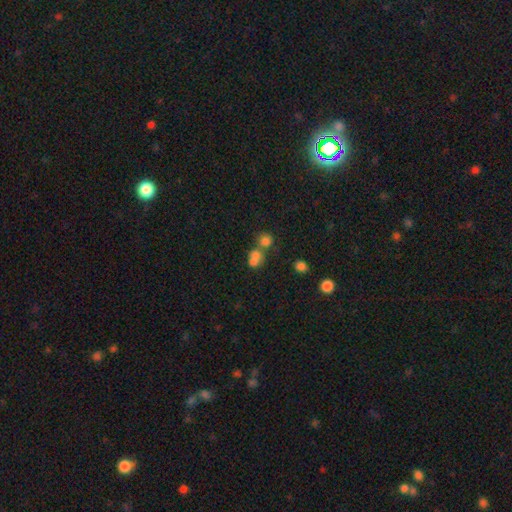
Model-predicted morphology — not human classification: Smooth or featured? star or artifact (46%)